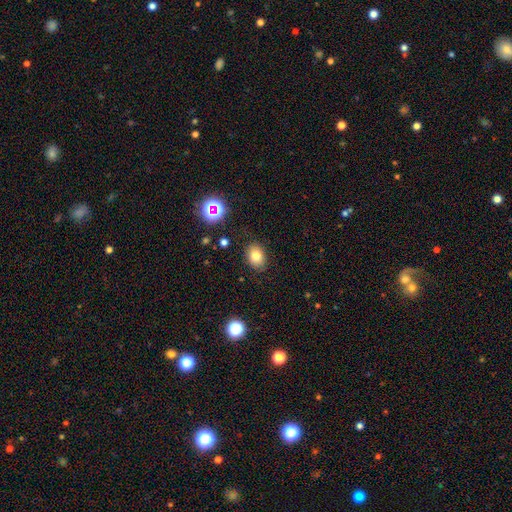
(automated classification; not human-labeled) This is likely a smooth galaxy (78%). How rounded: likely in between (67%). Merging: clearly none (86%).